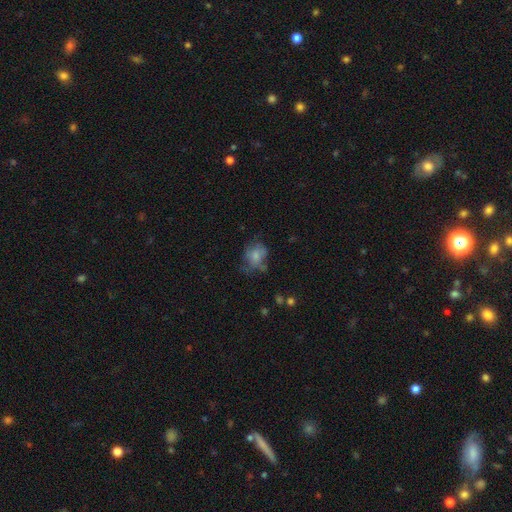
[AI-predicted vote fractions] This is possibly a smooth galaxy (60%). How rounded: possibly in between (53%). Merging: marginally none (42%).